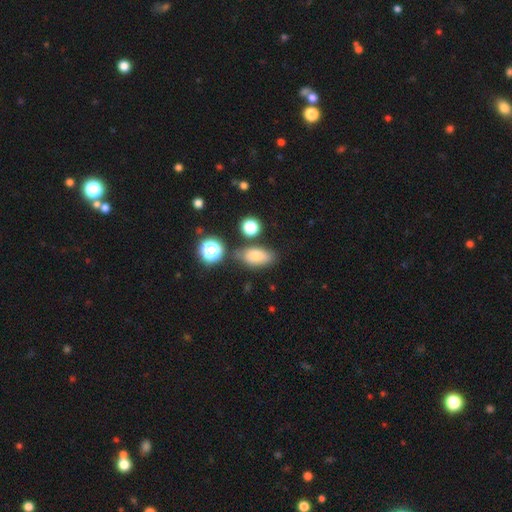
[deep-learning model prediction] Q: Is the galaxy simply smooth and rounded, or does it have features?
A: smooth — 73%.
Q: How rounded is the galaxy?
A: in between — 84%.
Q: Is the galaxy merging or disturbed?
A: none — 71%.